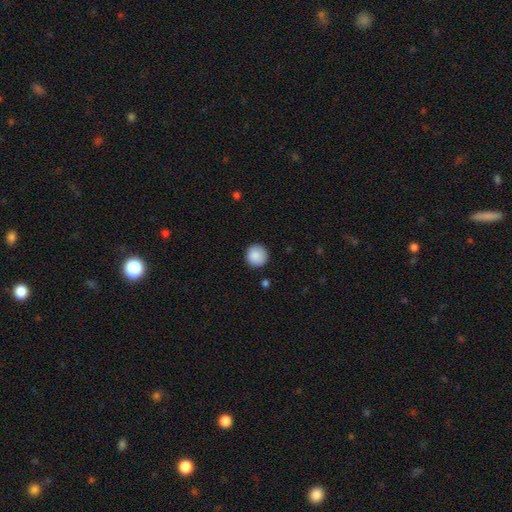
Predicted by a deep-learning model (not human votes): smooth_or_featured: smooth (p=0.89) [alt: star or artifact p=0.08]
how_rounded: round (p=0.93) [alt: in between p=0.06]
merging: none (p=0.89) [alt: minor disturbance p=0.08]